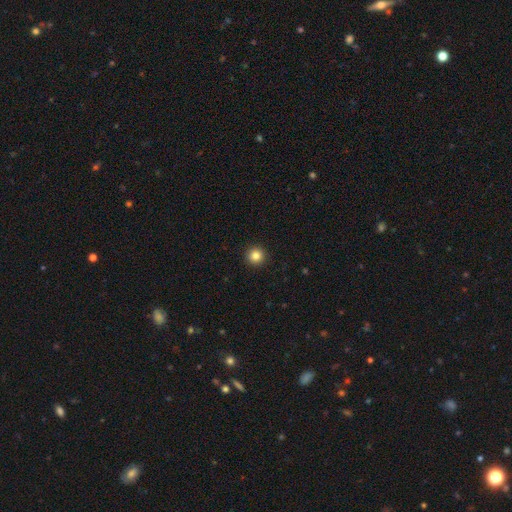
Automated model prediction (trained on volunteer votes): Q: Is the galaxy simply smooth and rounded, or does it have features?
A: smooth — 85%.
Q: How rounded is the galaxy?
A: round — 96%.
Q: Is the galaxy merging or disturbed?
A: none — 94%.